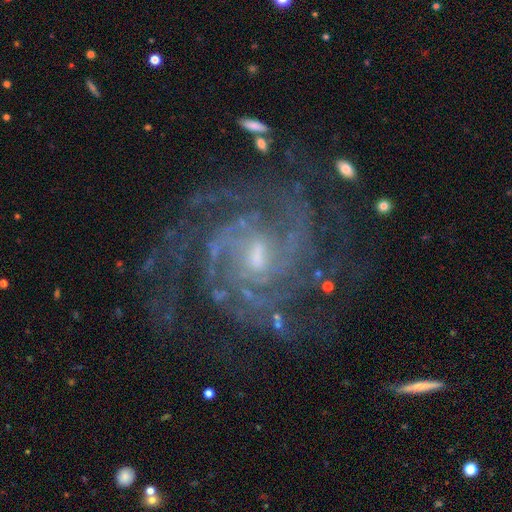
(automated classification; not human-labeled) A featured or disk galaxy (91%) with a weak bar (52%), 3 (24%) tight (61%) spiral arms (98%) and a small central bulge (54%). Merging: none (73%).